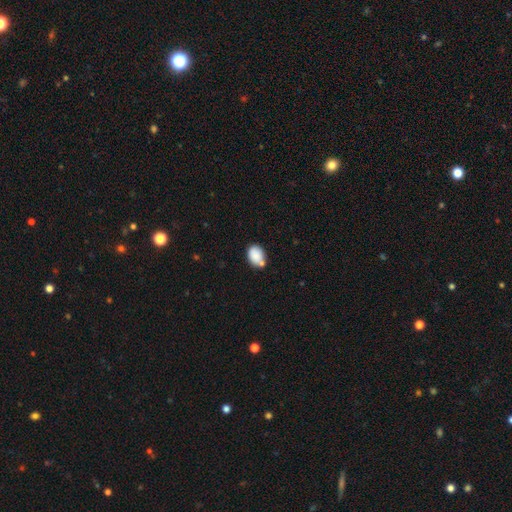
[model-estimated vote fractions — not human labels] This is clearly a smooth galaxy (85%). How rounded: likely in between (72%). Merging: likely none (60%).